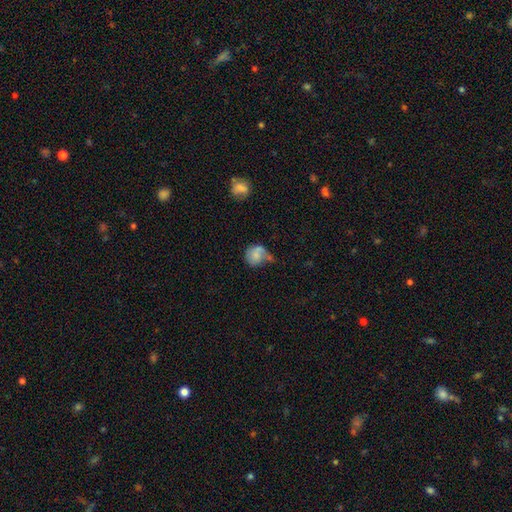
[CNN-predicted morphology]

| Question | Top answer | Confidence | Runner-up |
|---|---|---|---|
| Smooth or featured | smooth | 56% | featured or disk (36%) |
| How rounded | round | 67% | in between (32%) |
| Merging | none | 32% | minor disturbance (29%) |